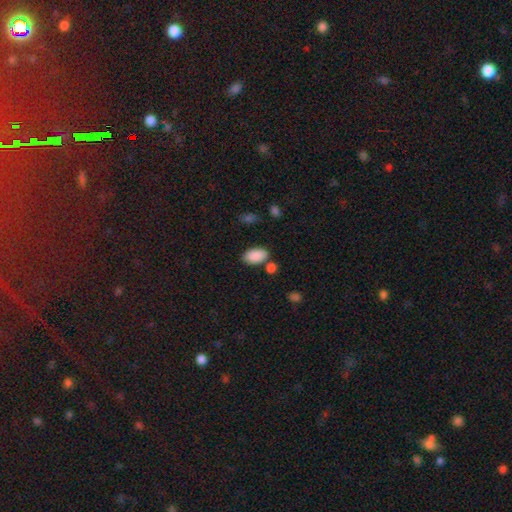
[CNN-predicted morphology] The model was most divided on "merging": none: 76%, minor disturbance: 11%, merger: 9%, major disturbance: 3%. More confident: how rounded — in between (94%); smooth or featured — smooth (89%).